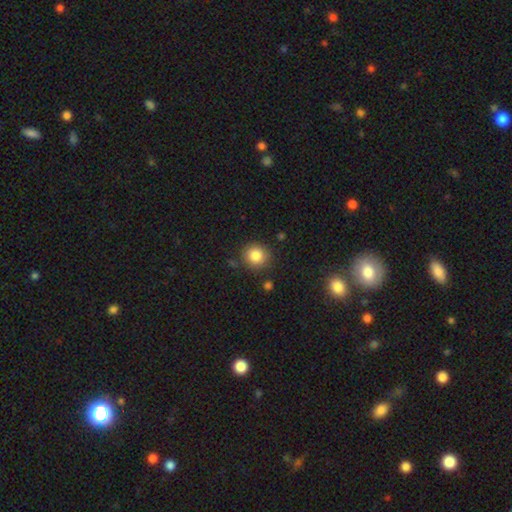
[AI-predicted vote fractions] A smooth galaxy with no disk features (84%) that is round (89%).

Vote fractions:
- Smooth or featured? smooth: 84% / star or artifact: 10% / featured or disk: 6%
- How rounded? round: 89% / in between: 10% / cigar-shaped: 1%
- Merging? none: 84% / minor disturbance: 10% / merger: 3% / major disturbance: 3%